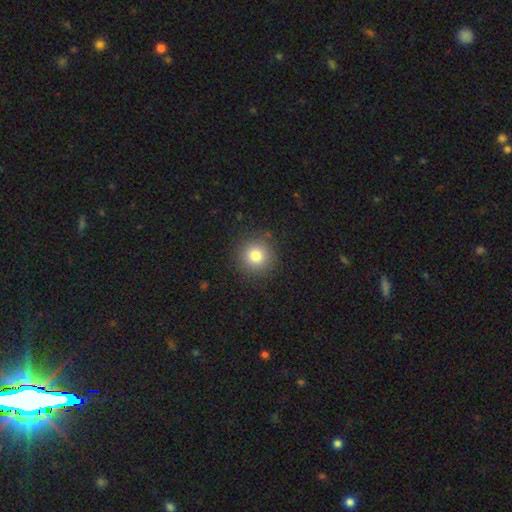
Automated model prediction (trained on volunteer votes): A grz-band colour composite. It shows a smooth galaxy with no disk features (82%) that is round (94%). Merging: none (89%).